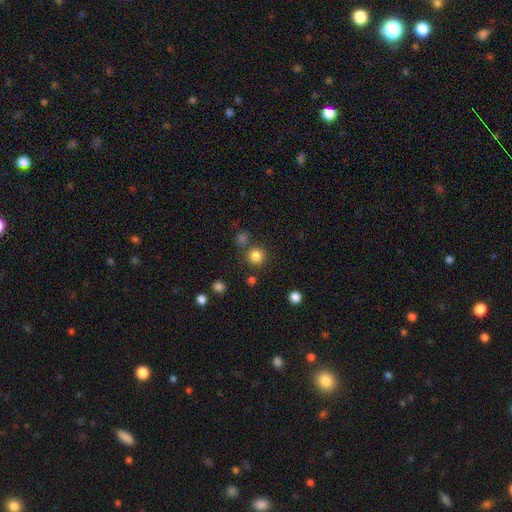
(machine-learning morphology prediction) This is clearly a smooth galaxy (82%). How rounded: clearly round (93%). Merging: clearly none (82%).